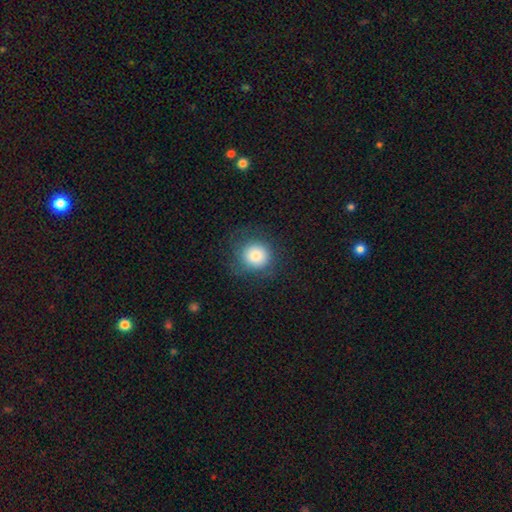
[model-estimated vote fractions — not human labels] Morphology: type=smooth (80%); roundness=round (91%); merging=none (80%).